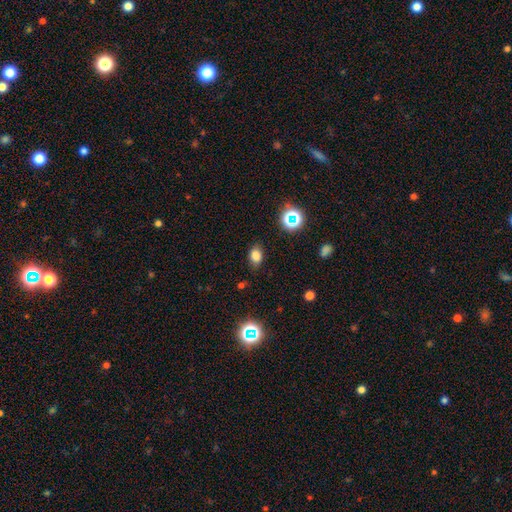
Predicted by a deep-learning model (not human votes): A smooth galaxy with no disk features (78%) that is in between round and cigar-shaped (73%). Merging: none (82%).